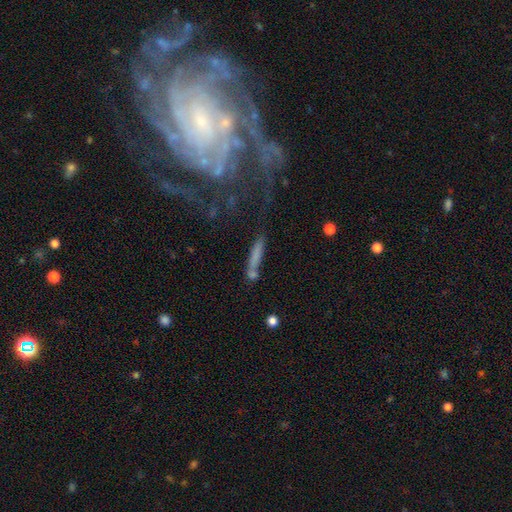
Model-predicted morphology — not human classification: A smooth galaxy with no disk features (69%) that is cigar-shaped (90%). Merging: none (62%).